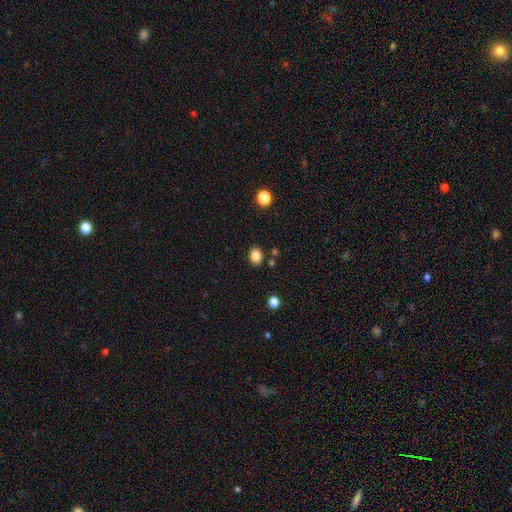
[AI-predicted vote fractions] A smooth galaxy with no disk features (85%) that is in between round and cigar-shaped (52%).

Vote fractions:
- Smooth or featured? smooth: 85% / star or artifact: 11% / featured or disk: 4%
- How rounded? in between: 52% / round: 48% / cigar-shaped: 1%
- Merging? none: 84% / minor disturbance: 9% / merger: 4% / major disturbance: 3%